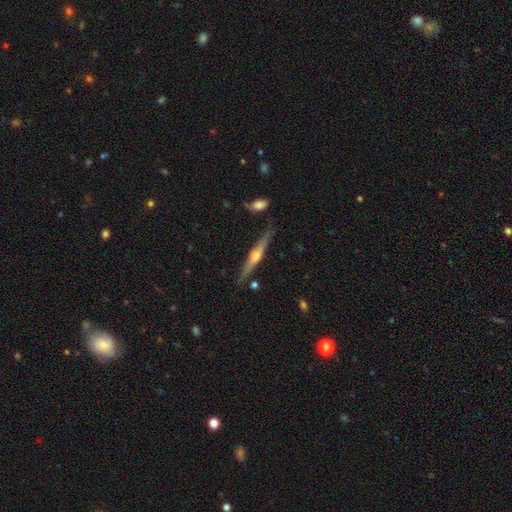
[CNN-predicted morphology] type=featured or disk (70%); edge-on=yes (97%); edge-on bulge=rounded (86%); merging=none (85%).